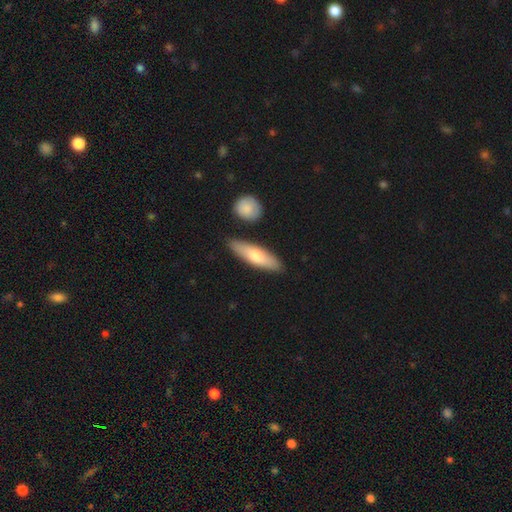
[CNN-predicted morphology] type=smooth (68%); roundness=cigar-shaped (60%); merging=none (84%).